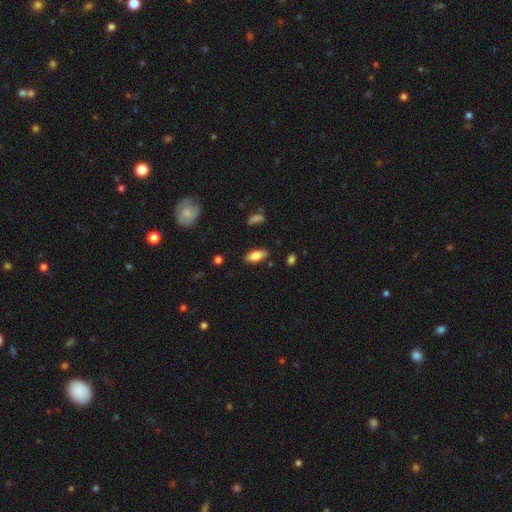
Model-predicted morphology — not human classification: A smooth galaxy with no disk features (81%) that is in between round and cigar-shaped (85%). Merging: none (84%).